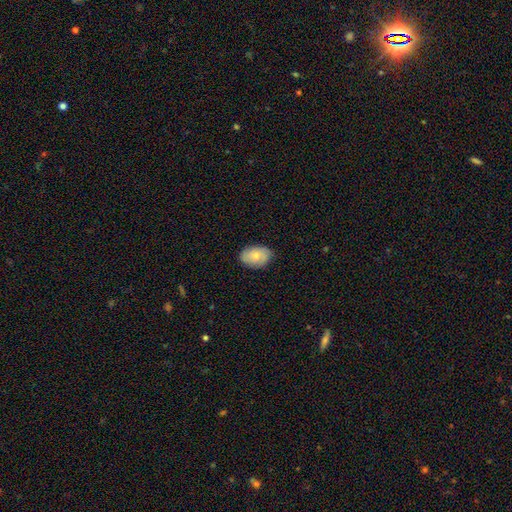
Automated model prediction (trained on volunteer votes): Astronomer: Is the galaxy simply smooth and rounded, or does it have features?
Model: smooth — 65%.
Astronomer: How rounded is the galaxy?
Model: in between — 83%.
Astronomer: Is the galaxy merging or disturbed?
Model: none — 82%.